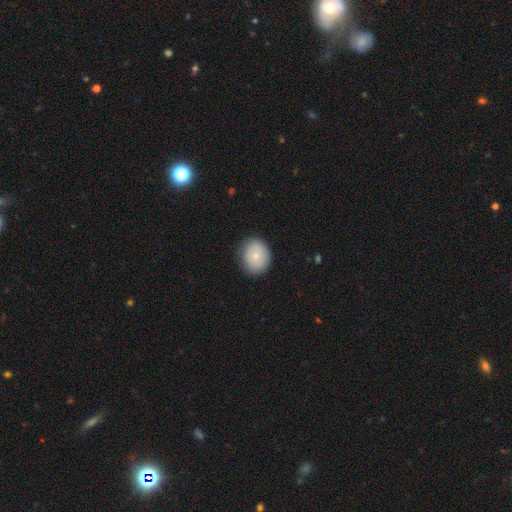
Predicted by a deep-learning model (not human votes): Smooth or featured? smooth (74%)
How rounded? round (60%)
Merging? none (82%)